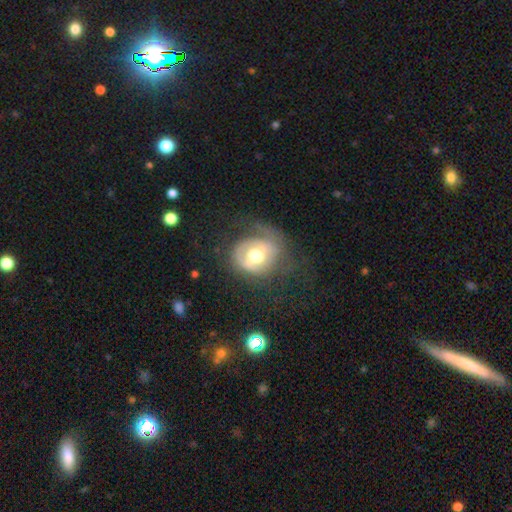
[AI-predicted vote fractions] Smooth or featured? featured or disk (59%)
Edge-on disk? no (96%)
Bar? no (51%)
Spiral arms? yes (57%)
Bulge size? moderate (63%)
Merging? none (45%)